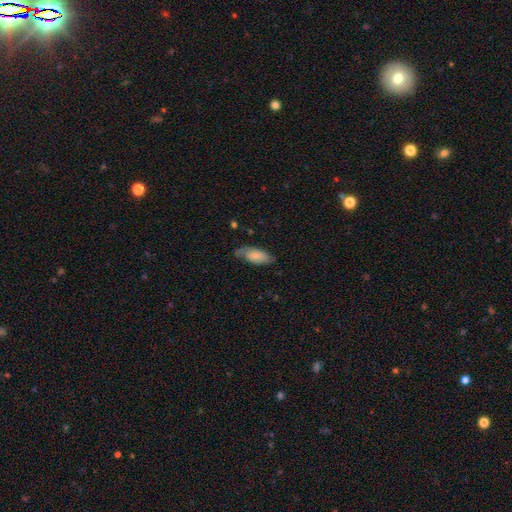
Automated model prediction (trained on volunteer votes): This appears to be a smooth galaxy with no disk features (68%) that is in between round and cigar-shaped (84%). Merging: none (61%).